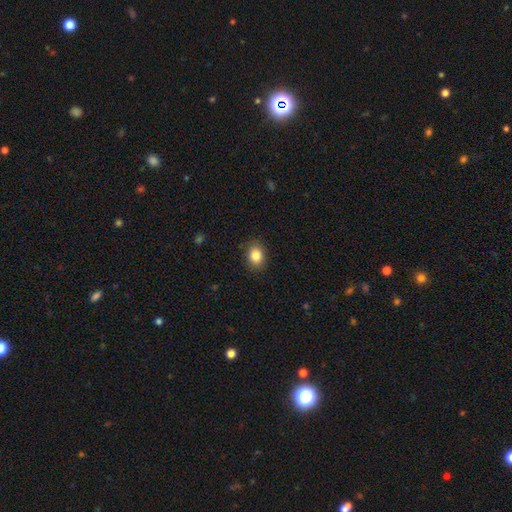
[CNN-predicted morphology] Smooth or featured?
  - smooth: 85% *
  - star or artifact: 9%
  - featured or disk: 6%
How rounded?
  - in between: 62% *
  - round: 37%
  - cigar-shaped: 1%
Merging?
  - none: 86% *
  - minor disturbance: 10%
  - major disturbance: 3%
  - merger: 1%